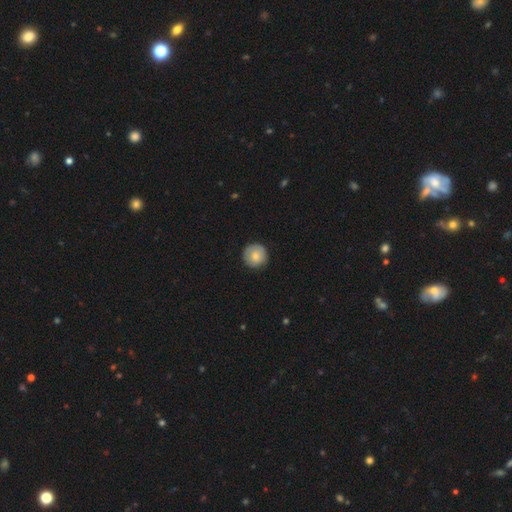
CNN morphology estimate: type=smooth (76%); roundness=round (95%); merging=none (86%).